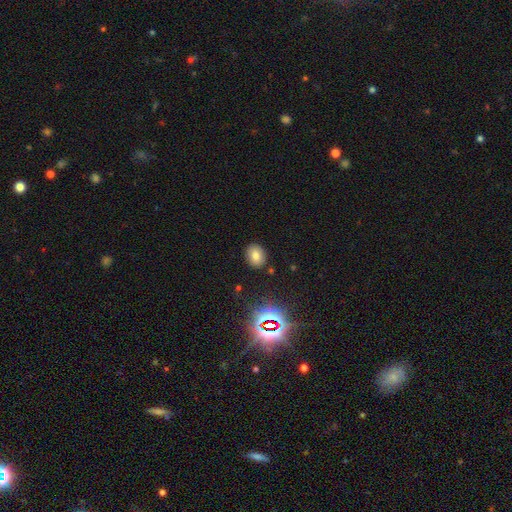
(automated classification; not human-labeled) A smooth galaxy with no disk features (74%) that is round (52%).

Vote fractions:
- Smooth or featured? smooth: 74% / star or artifact: 17% / featured or disk: 9%
- How rounded? round: 52% / in between: 47% / cigar-shaped: 1%
- Merging? none: 87% / minor disturbance: 8% / major disturbance: 2% / merger: 2%